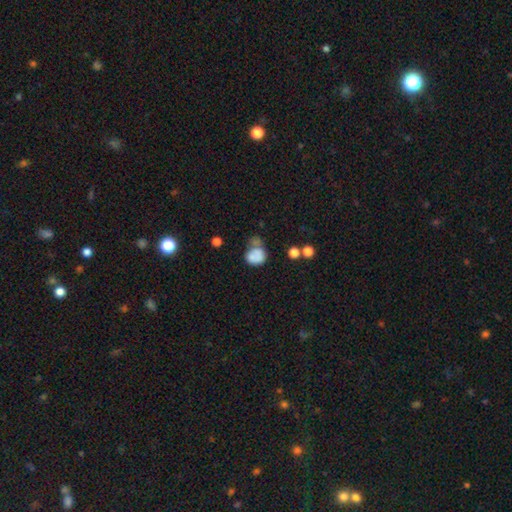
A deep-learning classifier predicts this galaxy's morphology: Smooth or featured? Predicted: smooth (p=0.74). How rounded? Predicted: round (p=0.62). Merging? Predicted: none (p=0.31).